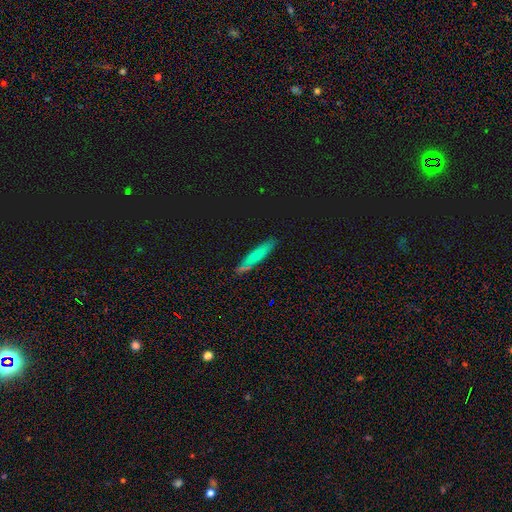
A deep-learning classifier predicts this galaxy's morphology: Smooth or featured?
  - smooth: 64% *
  - featured or disk: 23%
  - star or artifact: 13%
How rounded?
  - cigar-shaped: 86% *
  - in between: 11%
  - round: 2%
Merging?
  - none: 81% *
  - minor disturbance: 13%
  - merger: 3%
  - major disturbance: 3%